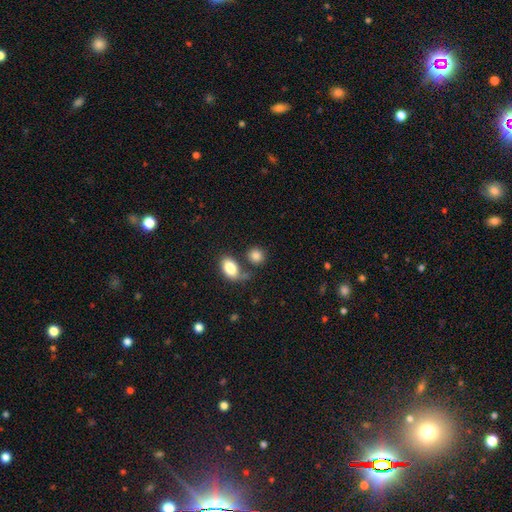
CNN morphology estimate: Overall: smooth (85%). How rounded: round (71%). Merging: none (61%; merger 22%).